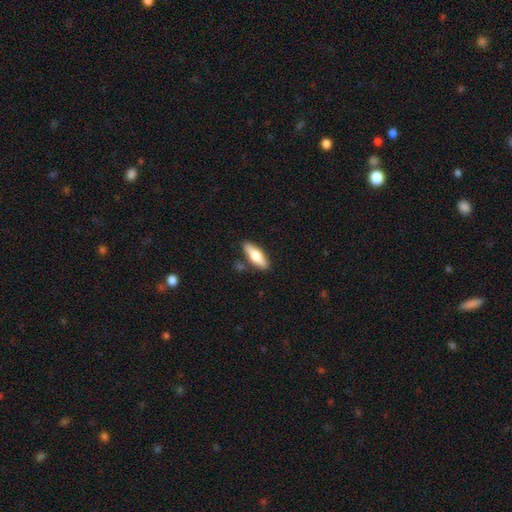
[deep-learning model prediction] Overall: smooth (68%). How rounded: in between (59%; cigar-shaped 39%). Merging: none (82%).